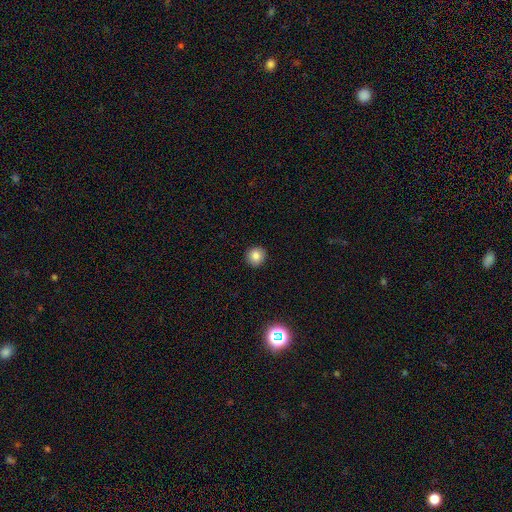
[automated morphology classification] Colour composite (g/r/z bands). It shows a smooth galaxy with no disk features (84%) that is round (92%). Merging: none (92%).